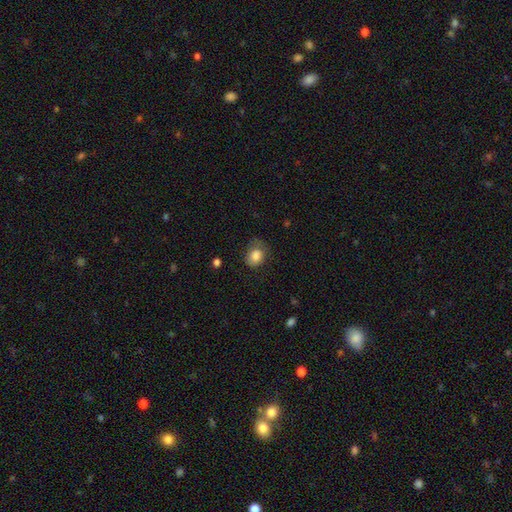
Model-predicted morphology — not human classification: smooth-or-featured: smooth: 80% | featured or disk: 12% | star or artifact: 8%
  how-rounded: in between: 50% | round: 49% | cigar-shaped: 1%
  merging: none: 47% | minor disturbance: 30% | major disturbance: 22% | merger: 2%